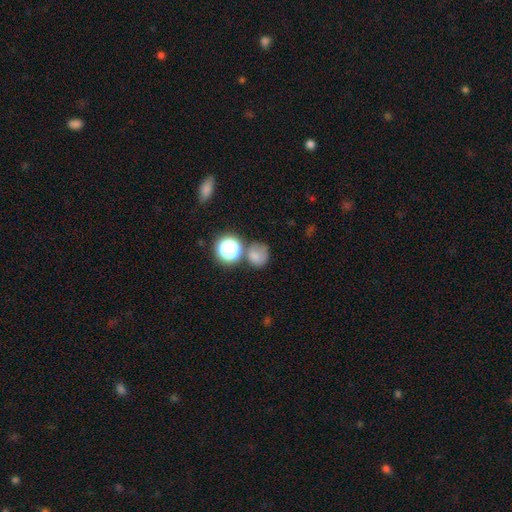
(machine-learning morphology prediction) Smooth or featured? Predicted: smooth (p=0.72). How rounded? Predicted: round (p=0.76). Merging? Predicted: none (p=0.57).